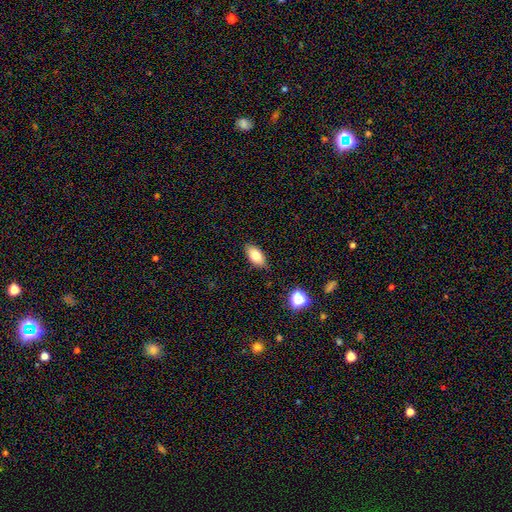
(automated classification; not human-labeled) This is likely a smooth galaxy (77%). How rounded: clearly in between (90%). Merging: clearly none (86%).